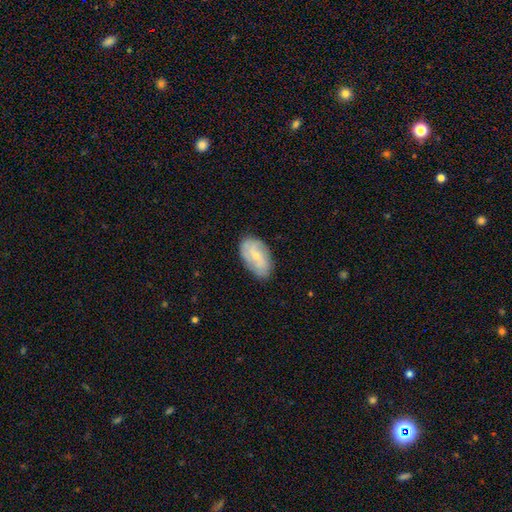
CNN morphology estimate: This appears to be a featured or disk galaxy (56%) with no bar (53%), spiral arms (78%) and a small central bulge (68%). Merging: none (77%).